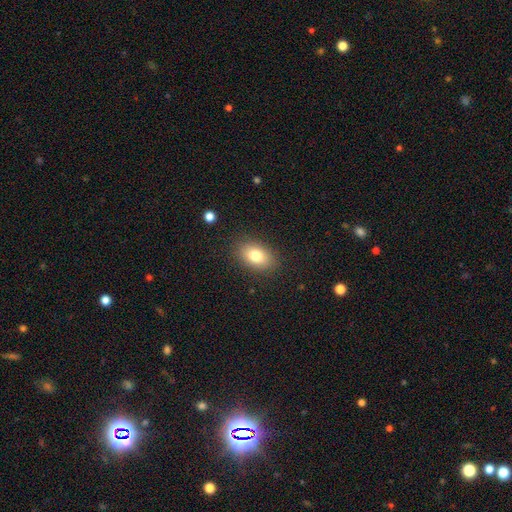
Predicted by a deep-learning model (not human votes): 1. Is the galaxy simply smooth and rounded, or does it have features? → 79% smooth, 11% featured or disk, 9% star or artifact.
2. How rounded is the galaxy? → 83% in between, 15% round, 1% cigar-shaped.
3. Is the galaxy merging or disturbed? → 86% none, 10% minor disturbance, 3% major disturbance, 1% merger.